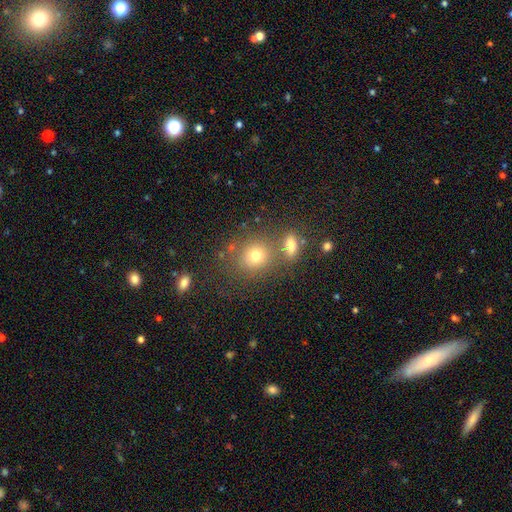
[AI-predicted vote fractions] smooth_or_featured: smooth (p=0.74) [alt: star or artifact p=0.14]
how_rounded: round (p=0.77) [alt: in between p=0.21]
merging: none (p=0.63) [alt: merger p=0.21]